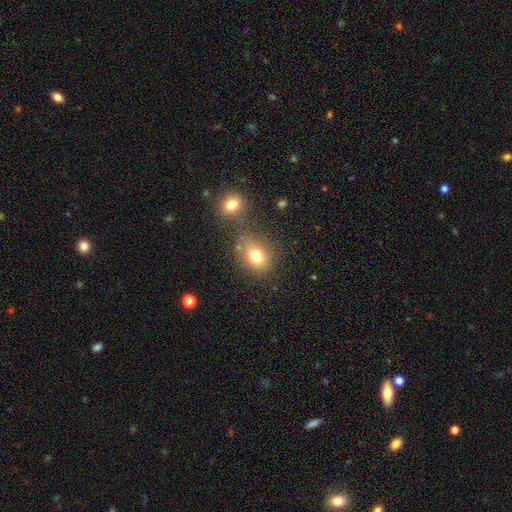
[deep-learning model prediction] Smooth or featured?
  - smooth: 77% *
  - star or artifact: 12%
  - featured or disk: 11%
How rounded?
  - in between: 55% *
  - round: 44%
  - cigar-shaped: 1%
Merging?
  - none: 56% *
  - merger: 20%
  - minor disturbance: 17%
  - major disturbance: 7%